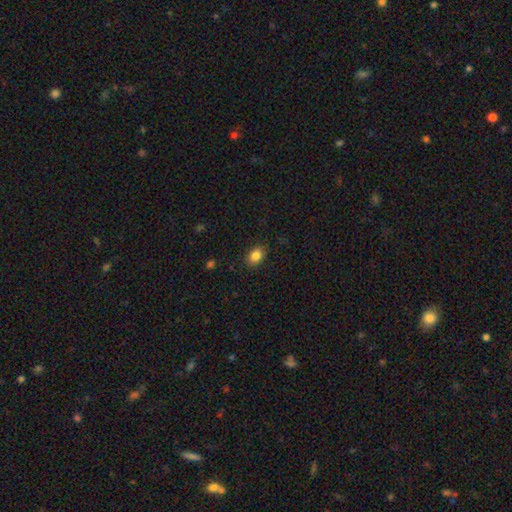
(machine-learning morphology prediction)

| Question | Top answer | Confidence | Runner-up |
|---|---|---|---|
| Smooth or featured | smooth | 85% | star or artifact (9%) |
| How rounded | in between | 76% | round (23%) |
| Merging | none | 87% | minor disturbance (9%) |